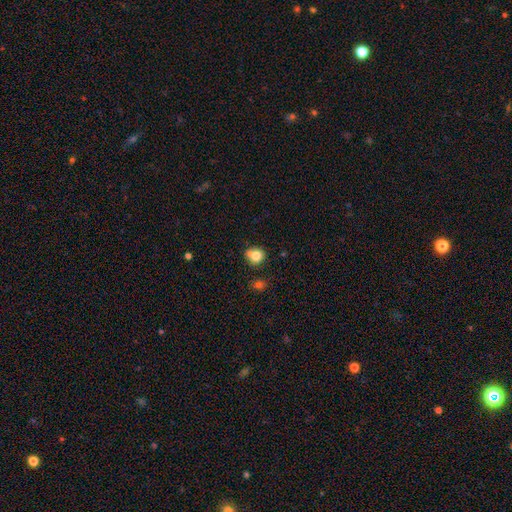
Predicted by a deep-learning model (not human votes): A smooth galaxy with no disk features (81%) that is round (76%).

Vote fractions:
- Smooth or featured? smooth: 81% / star or artifact: 11% / featured or disk: 9%
- How rounded? round: 76% / in between: 23% / cigar-shaped: 1%
- Merging? none: 57% / minor disturbance: 28% / merger: 8% / major disturbance: 7%